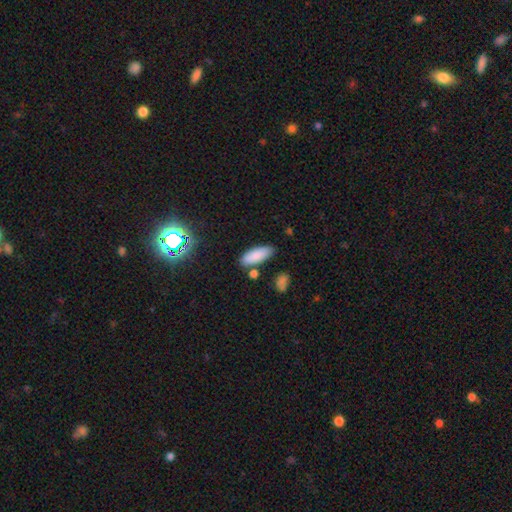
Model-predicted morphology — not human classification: Q: Smooth or featured?
A: smooth (84%); runner-up: star or artifact (9%)
Q: How rounded?
A: in between (73%); runner-up: cigar-shaped (25%)
Q: Merging?
A: none (77%); runner-up: minor disturbance (12%)